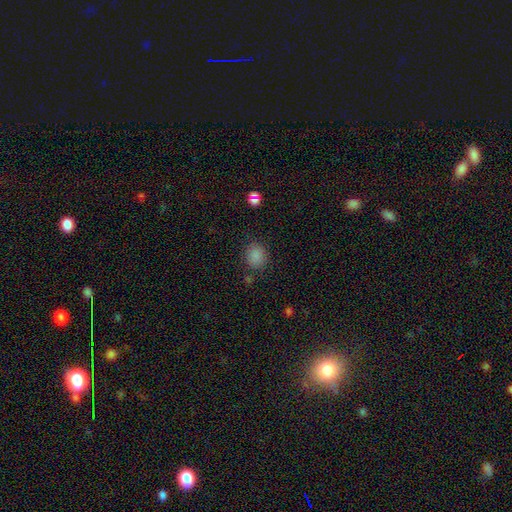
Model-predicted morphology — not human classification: smooth-or-featured: smooth: 84% | star or artifact: 12% | featured or disk: 4%
  how-rounded: round: 67% | in between: 32% | cigar-shaped: 1%
  merging: none: 81% | minor disturbance: 12% | major disturbance: 4% | merger: 3%